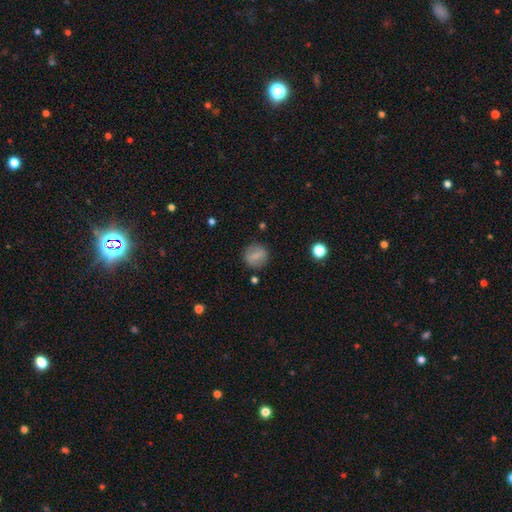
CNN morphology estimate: smooth_or_featured: smooth (p=0.73) [alt: featured or disk p=0.18]
how_rounded: round (p=0.78) [alt: in between p=0.20]
merging: none (p=0.84) [alt: minor disturbance p=0.11]